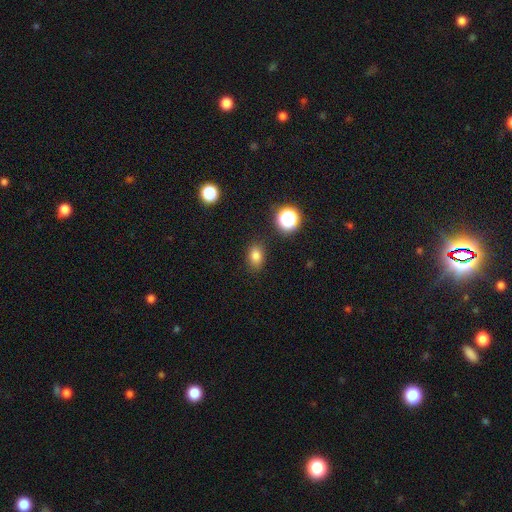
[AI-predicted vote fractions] Smooth or featured: smooth — 79% (star or artifact — 14%)
How rounded: in between — 73% (round — 25%)
Merging: none — 84% (minor disturbance — 11%)